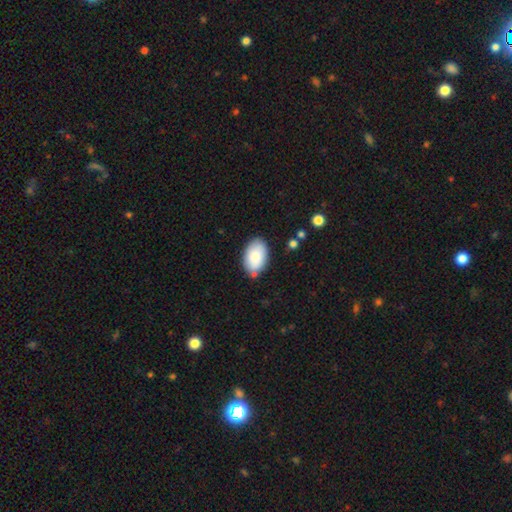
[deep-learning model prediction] smooth-or-featured: smooth: 84% | featured or disk: 10% | star or artifact: 6%
  how-rounded: in between: 93% | round: 6% | cigar-shaped: 1%
  merging: none: 79% | minor disturbance: 15% | merger: 3% | major disturbance: 3%